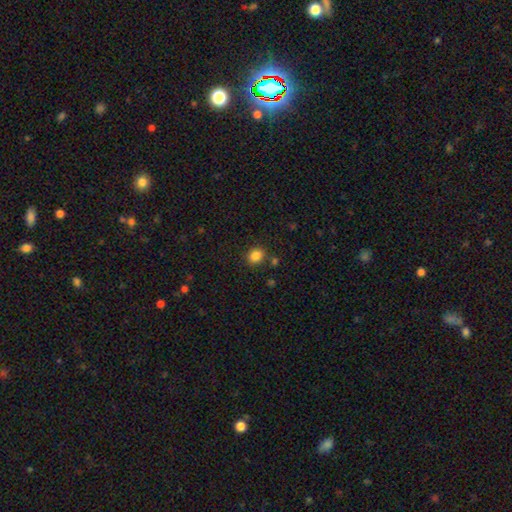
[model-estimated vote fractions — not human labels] A smooth galaxy with no disk features (85%) that is round (59%). Merging: none (83%).